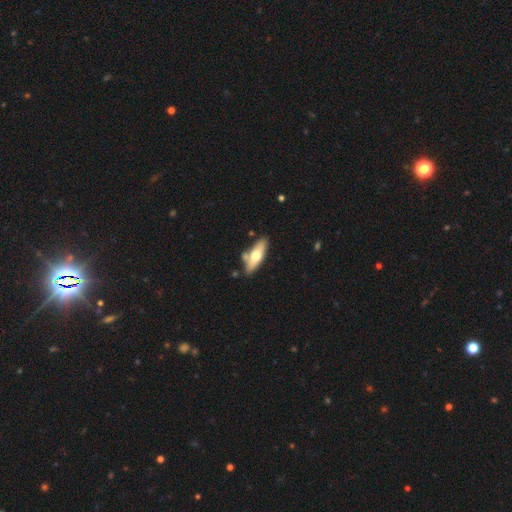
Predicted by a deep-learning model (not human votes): The model was most divided on "smooth or featured": smooth: 56%, featured or disk: 39%, star or artifact: 5%. More confident: merging — none (70%); how rounded — in between (57%).